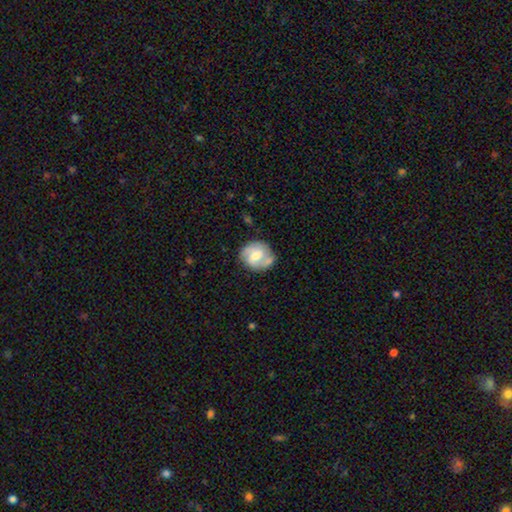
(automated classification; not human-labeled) This is possibly a featured or disk galaxy (54%). It is clearly not viewed edge-on (97%). Bar: possibly weak (50%). Spiral arm pattern: likely yes (77%). Central bulge: possibly moderate (59%). Merging: likely none (63%).